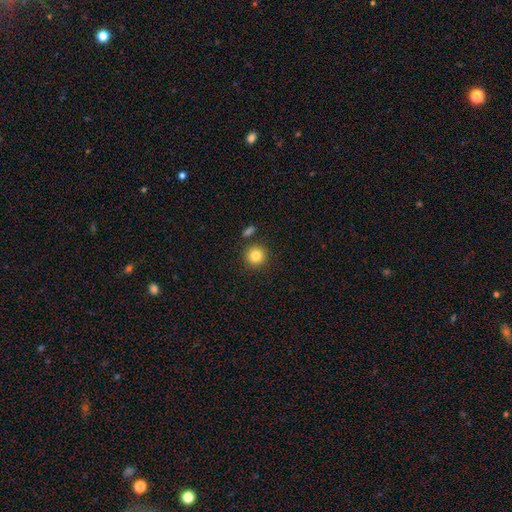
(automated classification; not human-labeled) Morphology: type=smooth (83%); roundness=round (94%); merging=none (85%).